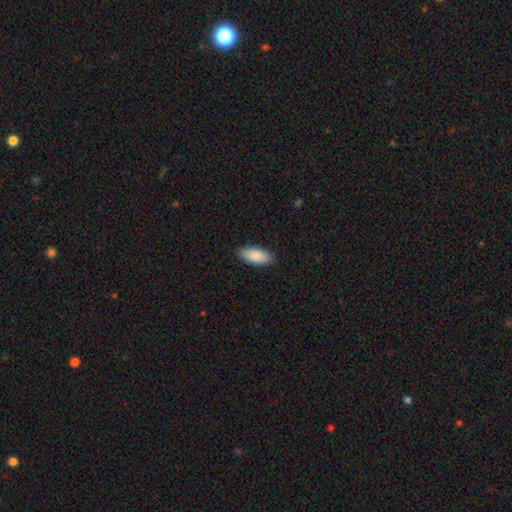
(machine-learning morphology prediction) The model was most divided on "how rounded": in between: 87%, cigar-shaped: 11%, round: 2%. More confident: smooth or featured — smooth (90%); merging — none (88%).